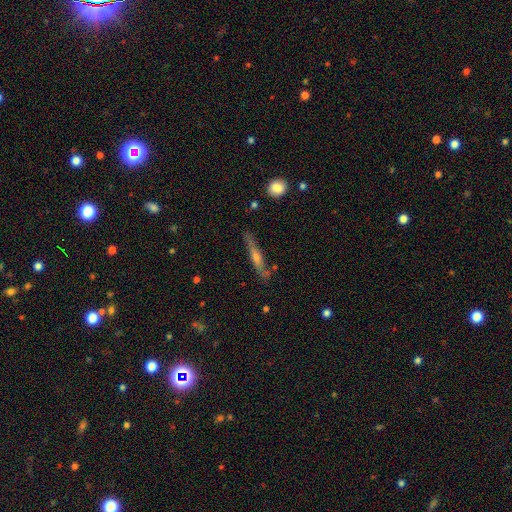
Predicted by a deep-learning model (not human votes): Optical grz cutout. It shows a featured or disk galaxy (63%) viewed edge-on (90%) with a rounded central bulge (68%). Merging: none (78%).